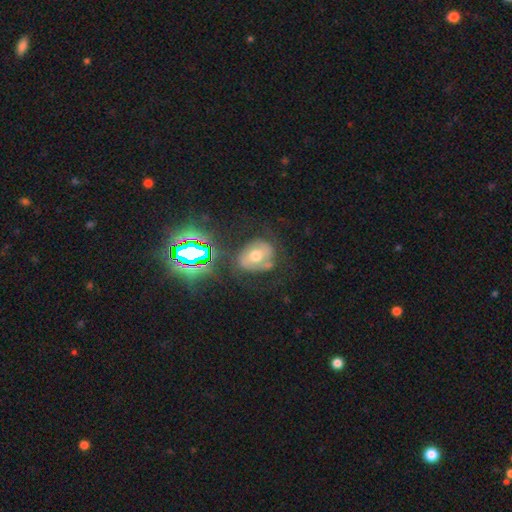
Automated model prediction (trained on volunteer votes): This is marginally a featured or disk galaxy (43%). Merging: possibly none (58%).